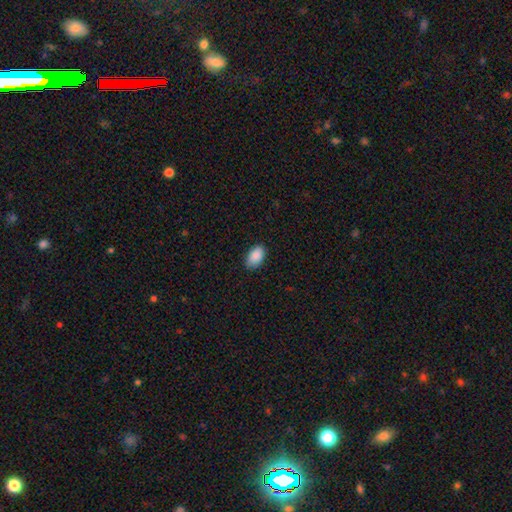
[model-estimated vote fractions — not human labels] A smooth galaxy with no disk features (90%) that is in between round and cigar-shaped (94%).

Vote fractions:
- Smooth or featured? smooth: 90% / star or artifact: 7% / featured or disk: 4%
- How rounded? in between: 94% / round: 5% / cigar-shaped: 1%
- Merging? none: 86% / minor disturbance: 11% / major disturbance: 2% / merger: 1%